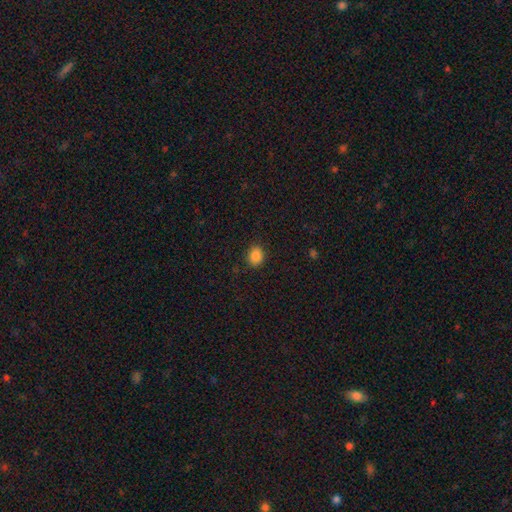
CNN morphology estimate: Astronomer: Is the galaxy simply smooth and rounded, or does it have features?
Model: smooth — 85%.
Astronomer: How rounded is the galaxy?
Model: round — 57% (runner-up: in between, 42%).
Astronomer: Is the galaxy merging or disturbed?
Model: none — 87%.